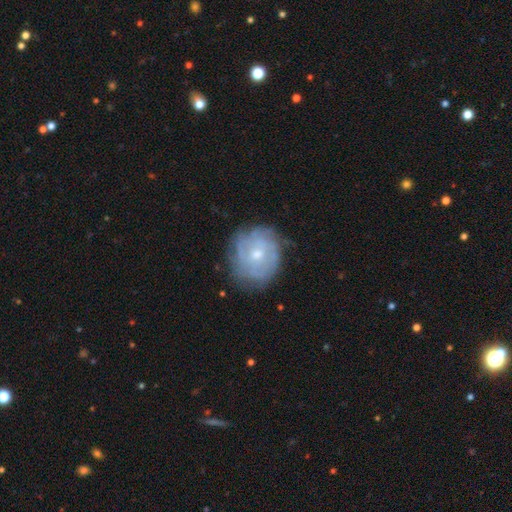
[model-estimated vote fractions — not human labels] Smooth or featured?
  - featured or disk: 63% *
  - smooth: 23%
  - star or artifact: 13%
Edge-on disk?
  - no: 97% *
  - yes: 3%
Bar?
  - no: 69% *
  - weak: 26%
  - strong: 5%
Spiral arms?
  - yes: 86% *
  - no: 14%
Spiral winding?
  - tight: 70% *
  - medium: 23%
  - loose: 7%
Spiral arm count?
  - can't tell: 49% *
  - 3: 13%
  - 2: 13%
  - 4: 11%
  - more than 4: 7%
  - 1: 6%
Bulge size?
  - small: 53% *
  - moderate: 44%
  - large: 2%
  - none: 1%
  - dominant: 1%
Merging?
  - none: 80% *
  - minor disturbance: 14%
  - major disturbance: 4%
  - merger: 1%